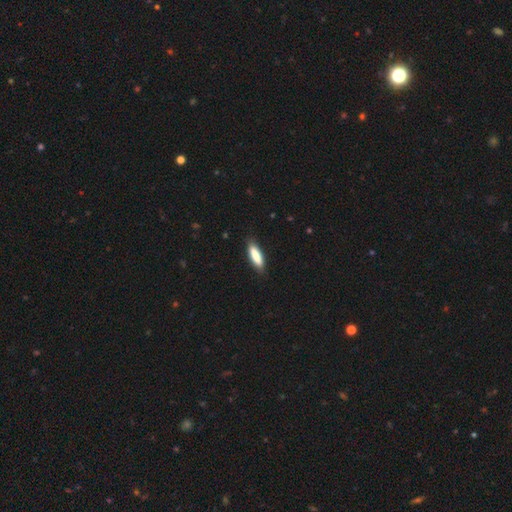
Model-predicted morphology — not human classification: This is clearly a smooth galaxy (83%). How rounded: possibly cigar-shaped (59%). Merging: clearly none (86%).